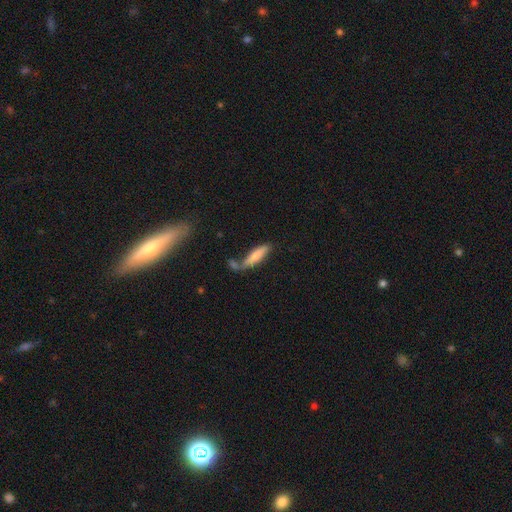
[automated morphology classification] smooth-or-featured: smooth: 74% | featured or disk: 19% | star or artifact: 7%
  how-rounded: cigar-shaped: 74% | in between: 24% | round: 2%
  merging: none: 51% | merger: 23% | minor disturbance: 18% | major disturbance: 7%